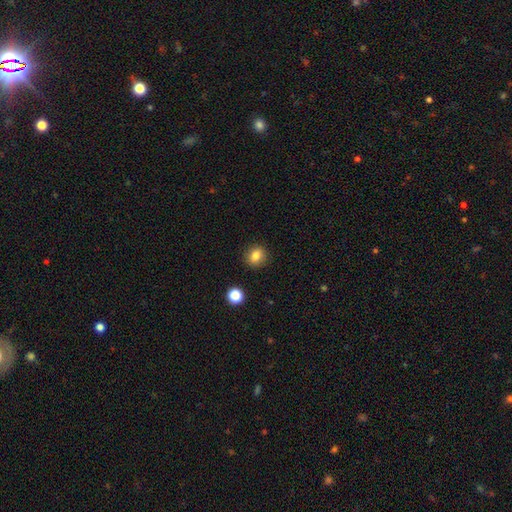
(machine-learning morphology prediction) This is clearly a smooth galaxy (83%). How rounded: likely round (74%). Merging: clearly none (88%).